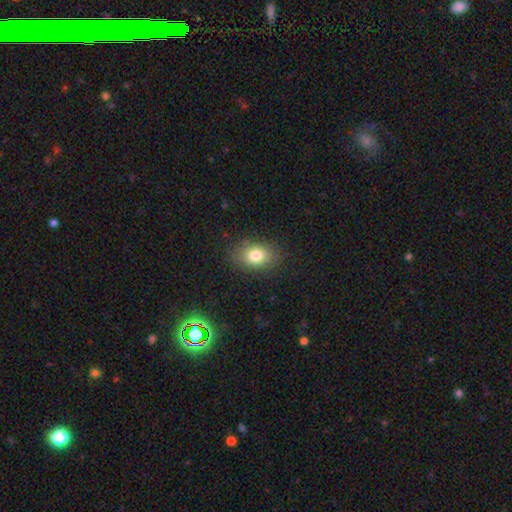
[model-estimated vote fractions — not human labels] Overall: smooth (80%). How rounded: in between (74%). Merging: none (83%).